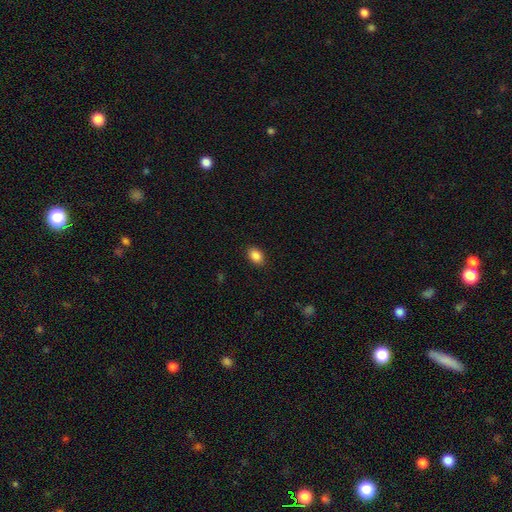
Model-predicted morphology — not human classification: This appears to be a smooth galaxy with no disk features (88%) that is in between round and cigar-shaped (77%). Merging: none (89%).